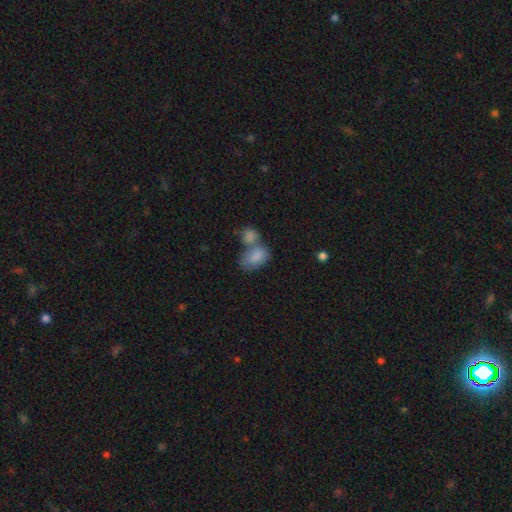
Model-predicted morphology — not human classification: smooth-or-featured: smooth: 83% | featured or disk: 10% | star or artifact: 7%
  how-rounded: in between: 87% | round: 11% | cigar-shaped: 2%
  merging: merger: 60% | none: 25% | minor disturbance: 10% | major disturbance: 6%